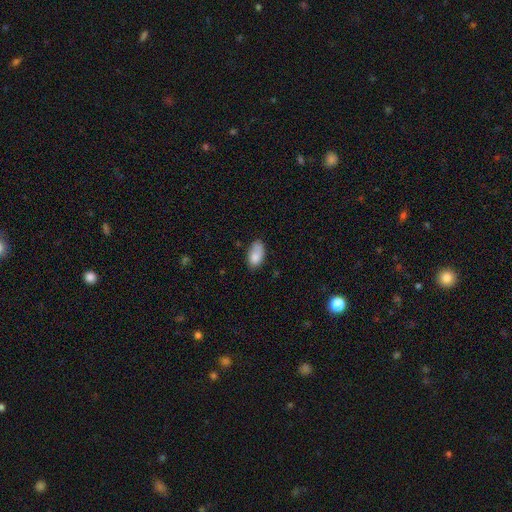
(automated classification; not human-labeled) Morphology: type=smooth (82%); roundness=in between (93%); merging=none (59%).